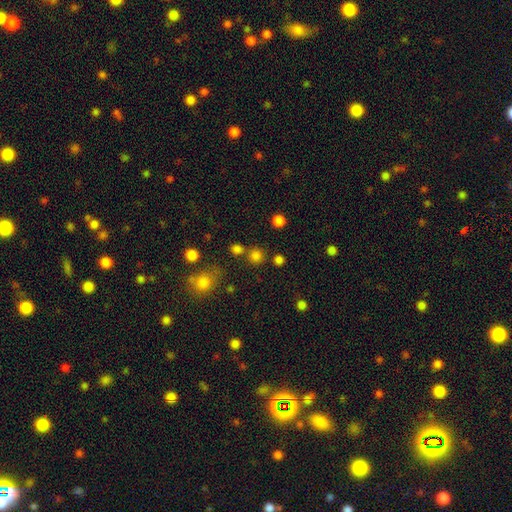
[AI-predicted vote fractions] Morphology: type=smooth (78%); roundness=round (91%); merging=none (75%).